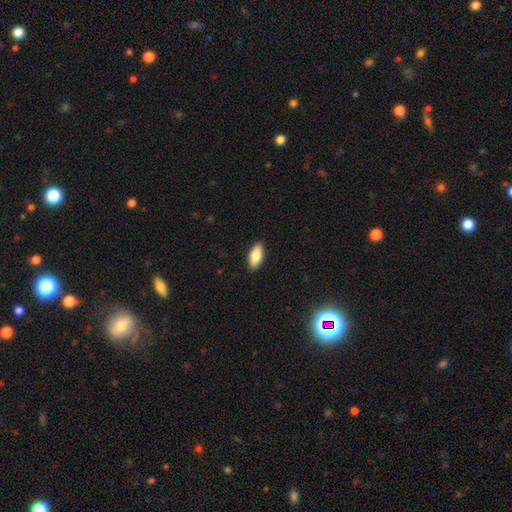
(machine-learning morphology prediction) Smooth or featured? Predicted: smooth (p=0.80). How rounded? Predicted: in between (p=0.87). Merging? Predicted: none (p=0.90).